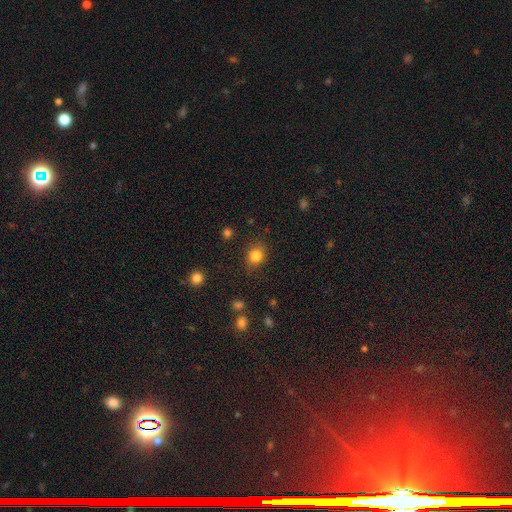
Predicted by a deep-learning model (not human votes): A smooth galaxy with no disk features (83%) that is round (68%). Merging: none (83%).